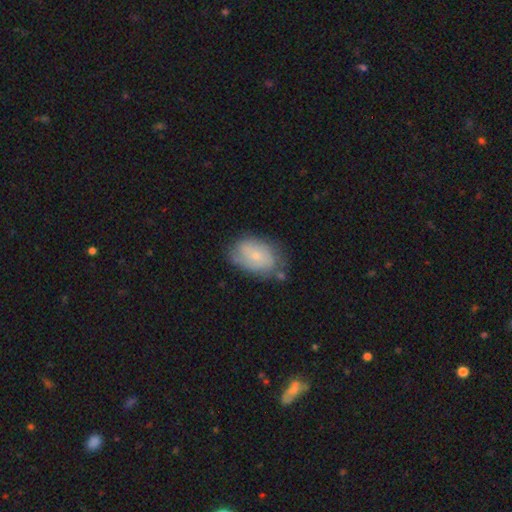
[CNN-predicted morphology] A smooth galaxy with no disk features (57%) that is in between round and cigar-shaped (85%).

Vote fractions:
- Smooth or featured? smooth: 57% / featured or disk: 36% / star or artifact: 7%
- How rounded? in between: 85% / round: 14% / cigar-shaped: 1%
- Merging? none: 62% / minor disturbance: 26% / major disturbance: 7% / merger: 5%